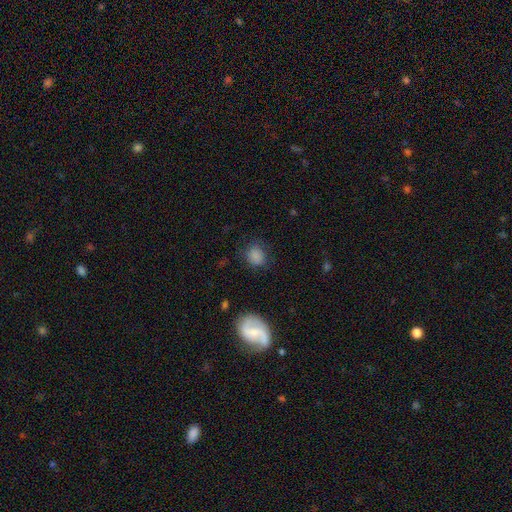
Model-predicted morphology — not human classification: Q: Smooth or featured?
A: smooth (83%); runner-up: star or artifact (12%)
Q: How rounded?
A: round (73%); runner-up: in between (26%)
Q: Merging?
A: none (76%); runner-up: minor disturbance (16%)